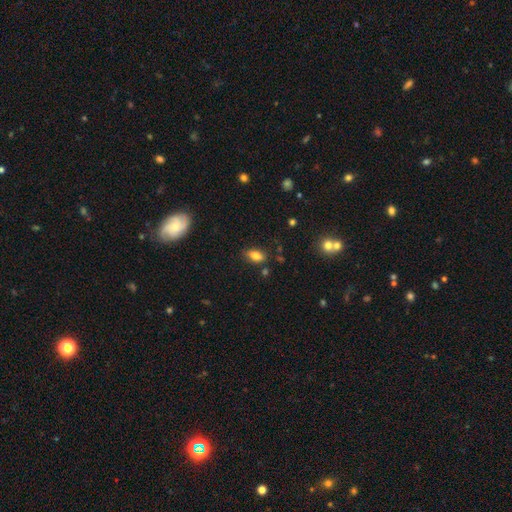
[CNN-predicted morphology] Q: Smooth or featured?
A: smooth (79%); runner-up: featured or disk (11%)
Q: How rounded?
A: in between (87%); runner-up: cigar-shaped (8%)
Q: Merging?
A: none (80%); runner-up: minor disturbance (14%)